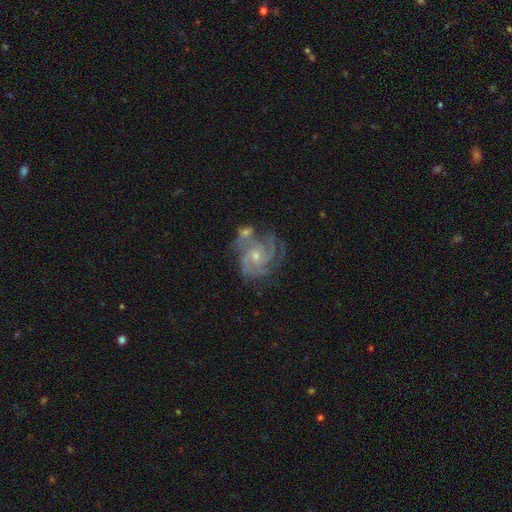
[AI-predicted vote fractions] Morphology: type=featured or disk (87%); edge-on=no (98%); bar=no (67%); spiral arms=yes (97%); winding=tight (62%); arm count=3 (38%); bulge=small (54%); merging=none (54%).